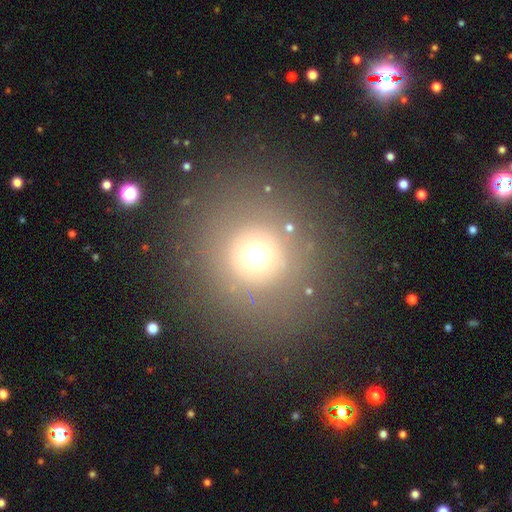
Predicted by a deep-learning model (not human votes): Overall: smooth (65%). How rounded: round (93%). Merging: none (85%).